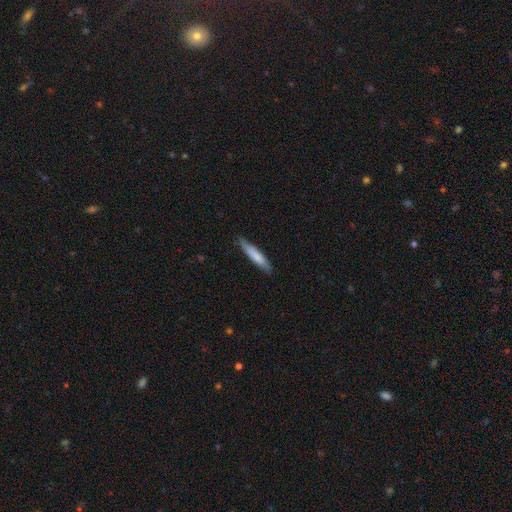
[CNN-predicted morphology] Q: Smooth or featured?
A: smooth (75%); runner-up: featured or disk (20%)
Q: How rounded?
A: cigar-shaped (88%); runner-up: in between (11%)
Q: Merging?
A: none (81%); runner-up: minor disturbance (15%)